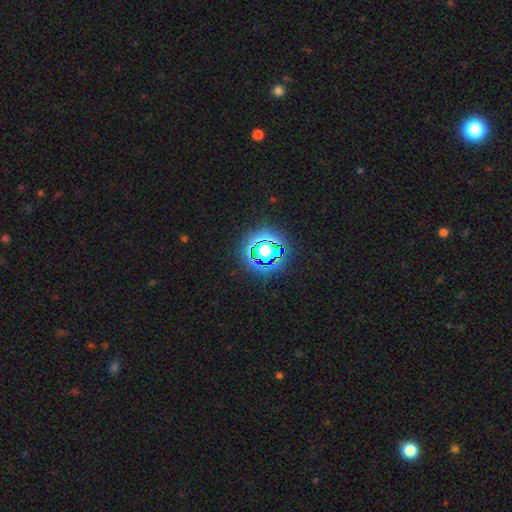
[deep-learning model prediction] Smooth or featured? star or artifact (60%)